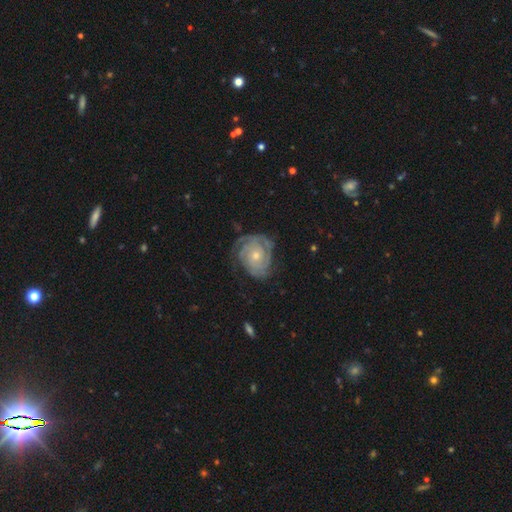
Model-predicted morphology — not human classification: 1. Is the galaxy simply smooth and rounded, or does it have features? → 87% featured or disk, 8% smooth, 5% star or artifact.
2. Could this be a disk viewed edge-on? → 98% no, 2% yes.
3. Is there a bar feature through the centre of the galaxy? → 78% no, 18% weak, 4% strong.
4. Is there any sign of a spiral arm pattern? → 97% yes, 3% no.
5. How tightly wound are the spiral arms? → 76% tight, 20% medium, 4% loose.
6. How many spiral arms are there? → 30% 3, 23% can't tell, 19% 2, 16% 4, 6% more than 4, 6% 1.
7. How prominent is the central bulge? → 50% small, 46% moderate, 2% large, 1% none, 1% dominant.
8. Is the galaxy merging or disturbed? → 71% none, 19% minor disturbance, 8% major disturbance, 1% merger.